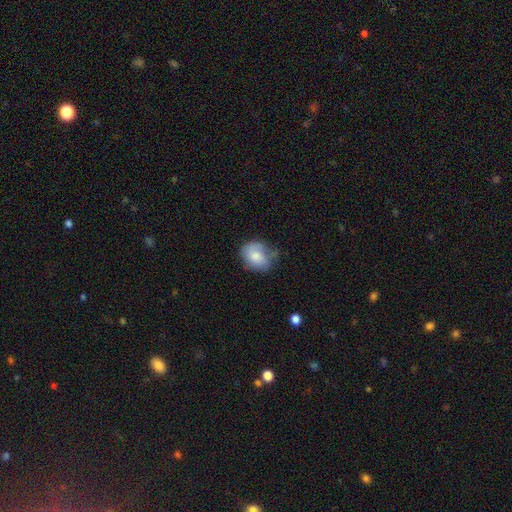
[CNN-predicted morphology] type=smooth (69%); roundness=in between (50%); merging=none (50%).